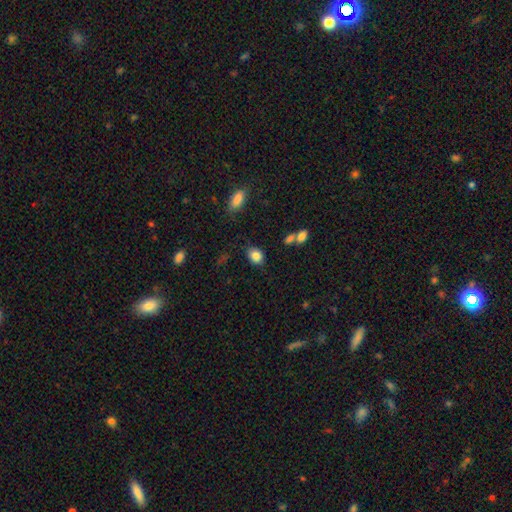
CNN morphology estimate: Smooth or featured? smooth (84%)
How rounded? in between (64%)
Merging? none (80%)